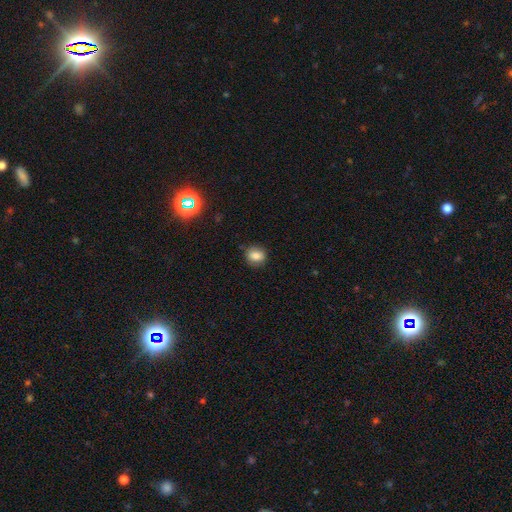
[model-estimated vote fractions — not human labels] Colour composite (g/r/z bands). It shows a smooth galaxy with no disk features (82%) that is round (63%). Merging: none (84%).